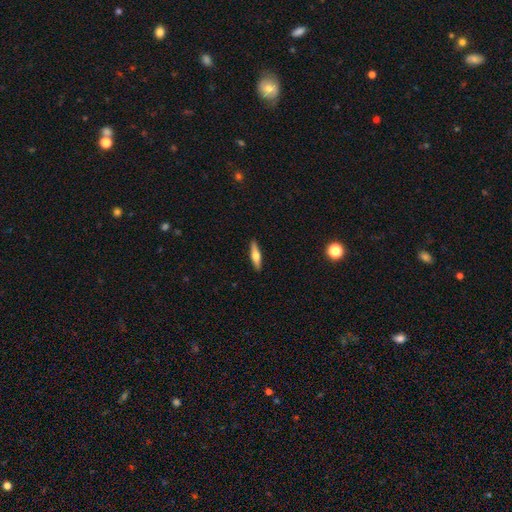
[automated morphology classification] smooth-or-featured: featured or disk: 52% | smooth: 42% | star or artifact: 6%
  disk-edge-on: yes: 94% | no: 6%
  merging: none: 91% | minor disturbance: 7% | major disturbance: 1% | merger: 1%